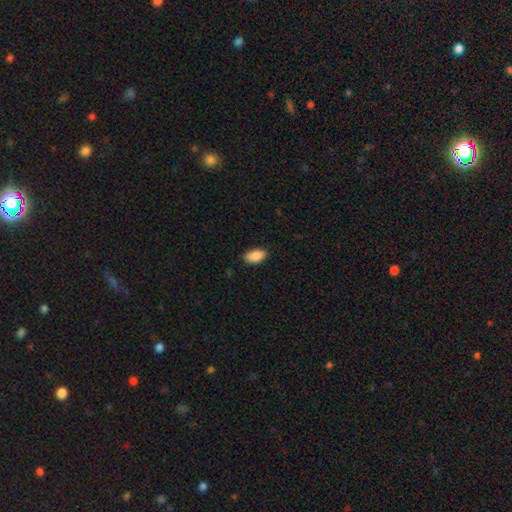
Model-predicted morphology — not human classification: A smooth galaxy with no disk features (89%) that is in between round and cigar-shaped (93%). Merging: none (86%).